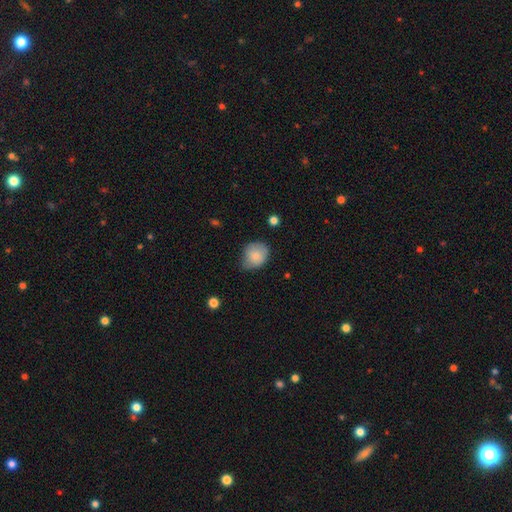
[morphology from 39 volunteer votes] A smooth galaxy with no disk features (72%) that is in between round and cigar-shaped (54%).

Vote fractions:
- Smooth or featured? smooth: 72% / featured or disk: 18% / star or artifact: 10%
- How rounded? in between: 54% / round: 46% / cigar-shaped: 0%
- Merging? minor disturbance: 74% / none: 17% / major disturbance: 9% / merger: 0%